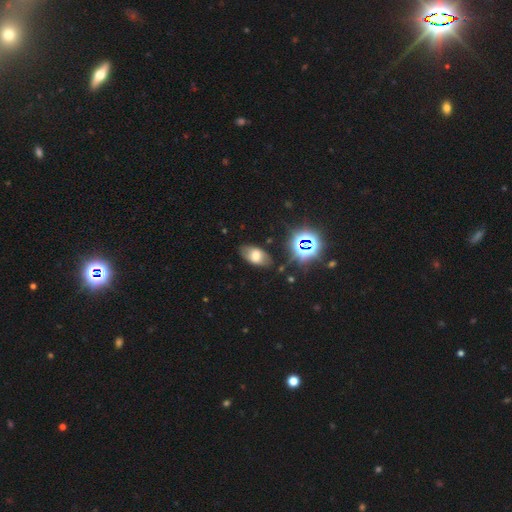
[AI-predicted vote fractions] The model was most divided on "smooth or featured": smooth: 59%, featured or disk: 23%, star or artifact: 18%. More confident: how rounded — in between (92%); merging — none (78%).